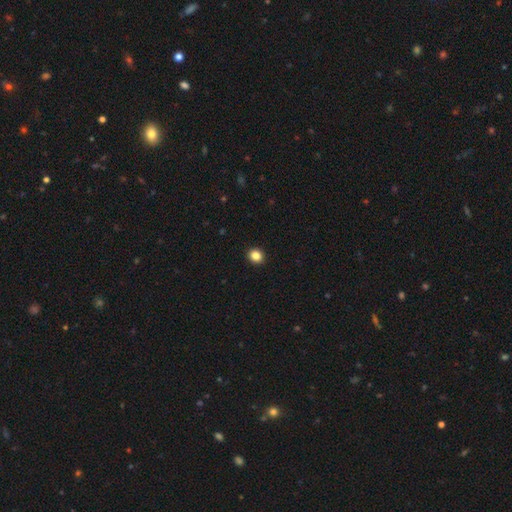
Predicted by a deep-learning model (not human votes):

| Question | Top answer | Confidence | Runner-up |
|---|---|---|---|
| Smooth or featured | smooth | 86% | star or artifact (11%) |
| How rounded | round | 77% | in between (22%) |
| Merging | none | 93% | minor disturbance (5%) |